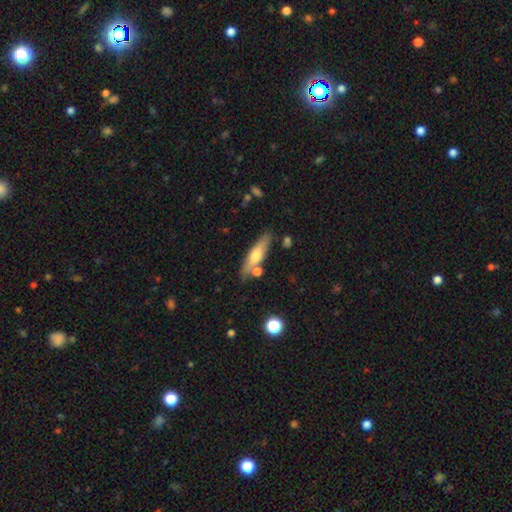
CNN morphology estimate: A smooth galaxy with no disk features (53%) that is cigar-shaped (68%).

Vote fractions:
- Smooth or featured? smooth: 53% / featured or disk: 40% / star or artifact: 7%
- How rounded? cigar-shaped: 68% / in between: 29% / round: 2%
- Merging? none: 75% / minor disturbance: 13% / merger: 9% / major disturbance: 3%